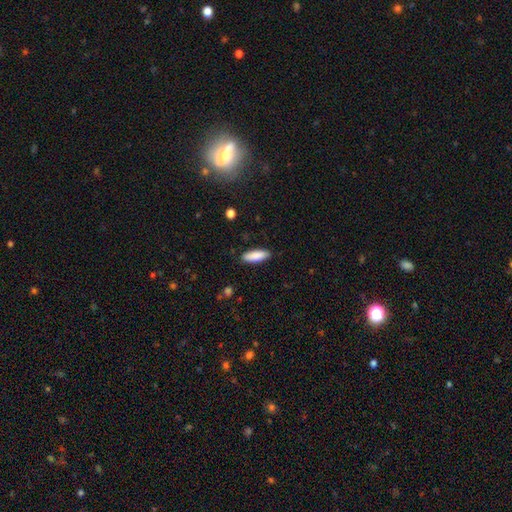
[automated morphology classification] type=smooth (87%); roundness=in between (53%); merging=none (88%).